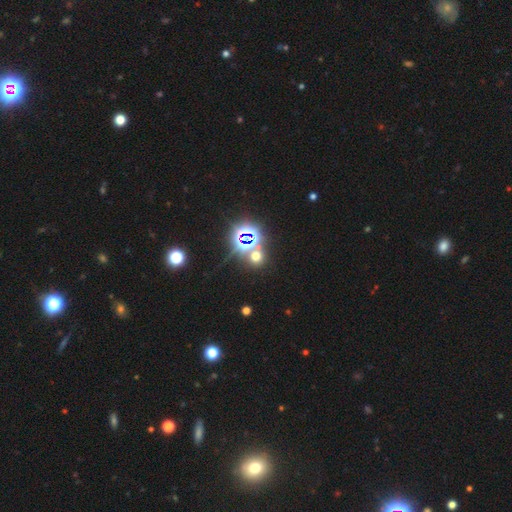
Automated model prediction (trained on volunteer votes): Q: Smooth or featured?
A: star or artifact (51%); runner-up: smooth (41%)